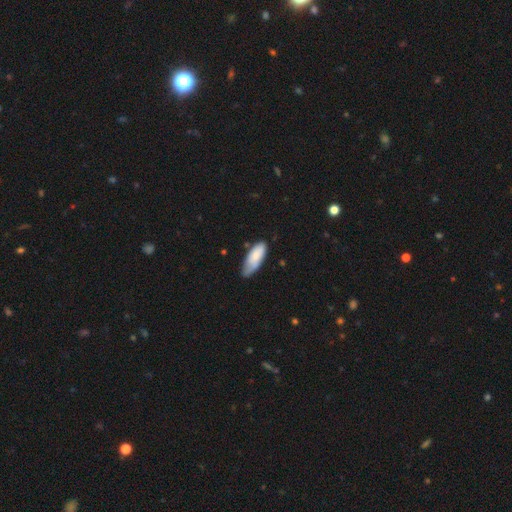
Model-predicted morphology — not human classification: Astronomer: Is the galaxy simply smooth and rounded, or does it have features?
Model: smooth — 72%.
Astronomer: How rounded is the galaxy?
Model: in between — 79%.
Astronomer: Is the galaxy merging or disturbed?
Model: none — 48% (runner-up: minor disturbance, 40%).